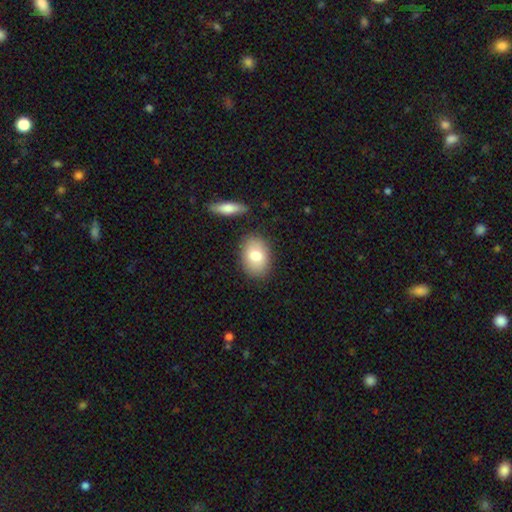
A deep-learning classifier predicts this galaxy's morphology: A smooth galaxy with no disk features (78%) that is in between round and cigar-shaped (82%).

Vote fractions:
- Smooth or featured? smooth: 78% / featured or disk: 15% / star or artifact: 7%
- How rounded? in between: 82% / round: 16% / cigar-shaped: 1%
- Merging? none: 82% / minor disturbance: 11% / merger: 4% / major disturbance: 3%